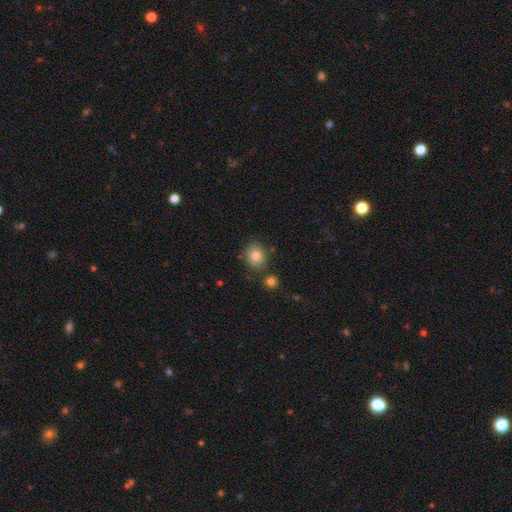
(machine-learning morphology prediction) Smooth or featured? Predicted: smooth (p=0.82). How rounded? Predicted: round (p=0.66). Merging? Predicted: none (p=0.80).